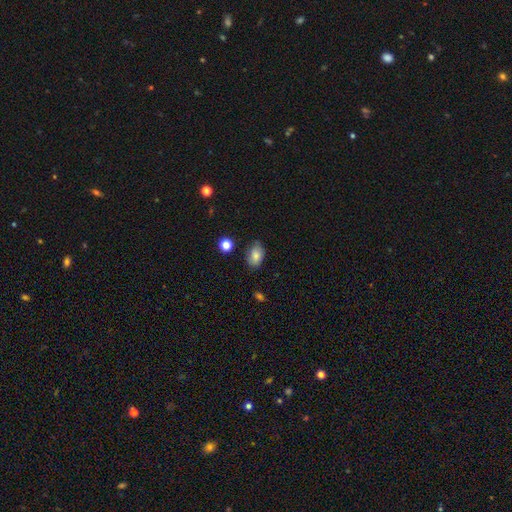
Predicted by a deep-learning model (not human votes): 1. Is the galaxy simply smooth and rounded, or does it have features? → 81% smooth, 10% featured or disk, 9% star or artifact.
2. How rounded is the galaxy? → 86% in between, 13% round, 1% cigar-shaped.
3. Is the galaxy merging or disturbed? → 75% none, 19% minor disturbance, 4% major disturbance, 2% merger.